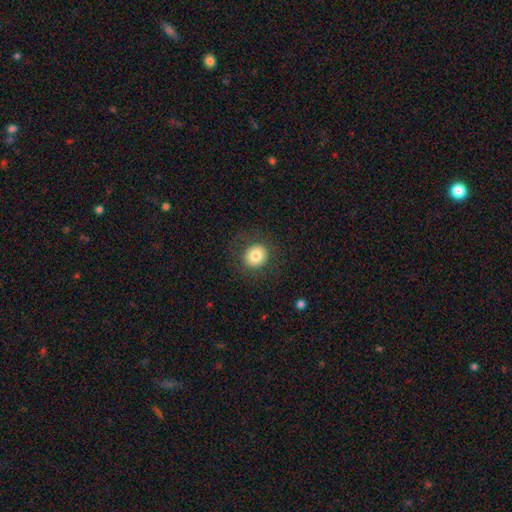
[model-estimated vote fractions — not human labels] Smooth or featured: smooth — 80% (featured or disk — 11%)
How rounded: round — 86% (in between — 13%)
Merging: none — 86% (minor disturbance — 9%)